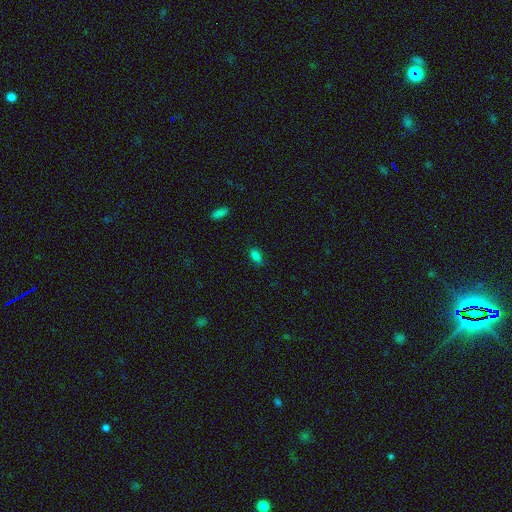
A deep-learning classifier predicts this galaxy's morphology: type=smooth (82%); roundness=in between (89%); merging=none (80%).